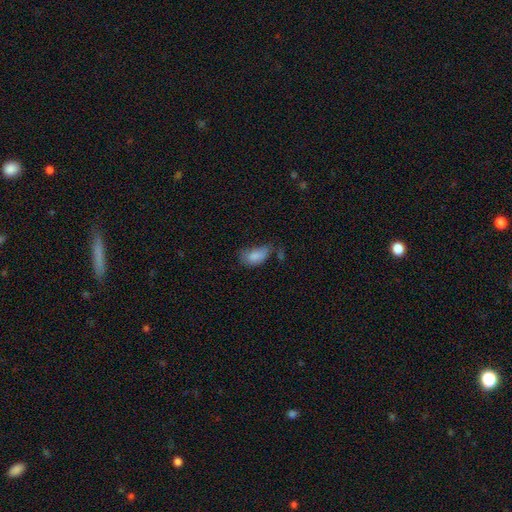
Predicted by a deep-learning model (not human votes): Smooth or featured? smooth (82%)
How rounded? in between (92%)
Merging? minor disturbance (38%)